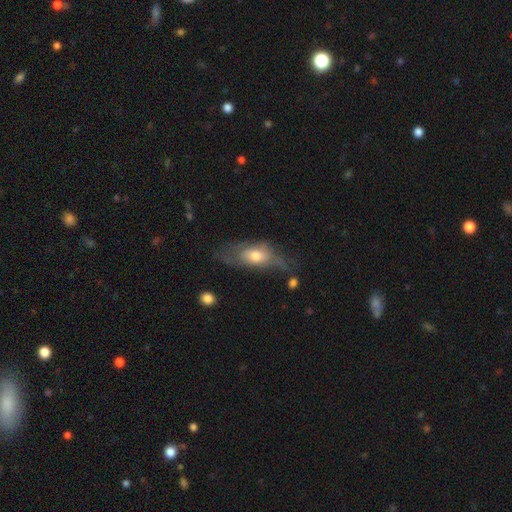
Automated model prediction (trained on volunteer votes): A smooth galaxy with no disk features (54%) that is in between round and cigar-shaped (79%).

Vote fractions:
- Smooth or featured? smooth: 54% / featured or disk: 38% / star or artifact: 8%
- How rounded? in between: 79% / cigar-shaped: 15% / round: 6%
- Merging? none: 39% / minor disturbance: 30% / major disturbance: 27% / merger: 4%